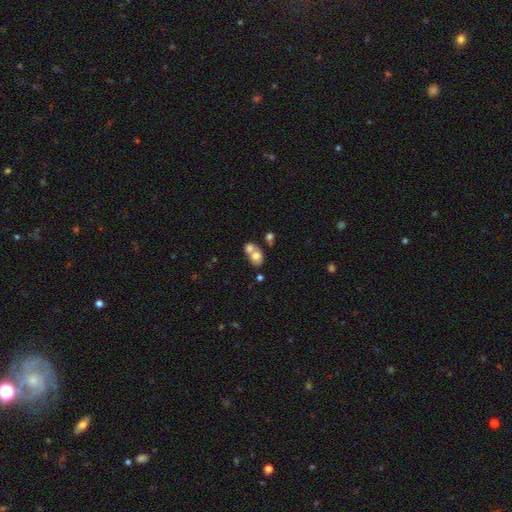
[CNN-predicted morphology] A smooth galaxy with no disk features (67%) that is in between round and cigar-shaped (59%).

Vote fractions:
- Smooth or featured? smooth: 67% / featured or disk: 24% / star or artifact: 9%
- How rounded? in between: 59% / round: 40% / cigar-shaped: 1%
- Merging? merger: 65% / none: 23% / minor disturbance: 8% / major disturbance: 5%